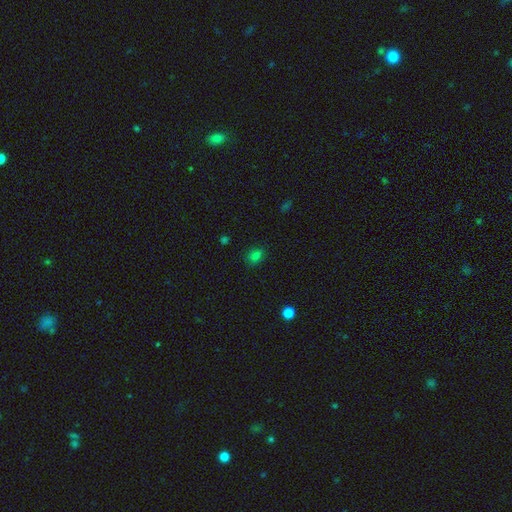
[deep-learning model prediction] Morphology: type=smooth (77%); roundness=in between (60%); merging=none (81%).